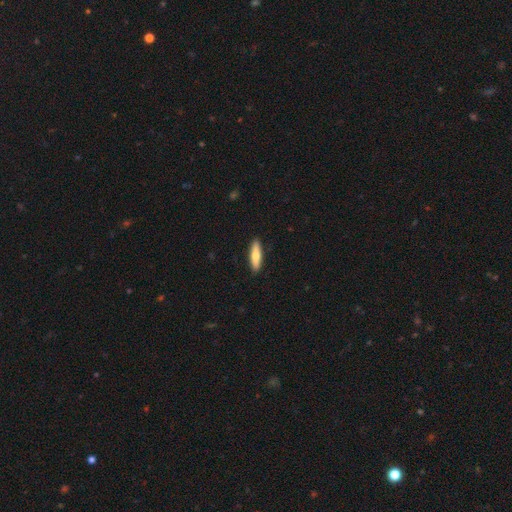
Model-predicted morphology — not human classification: smooth 68%, featured or disk 27%, star or artifact 5%. Down the decision tree: how rounded — cigar-shaped (68%); merging — none (91%).